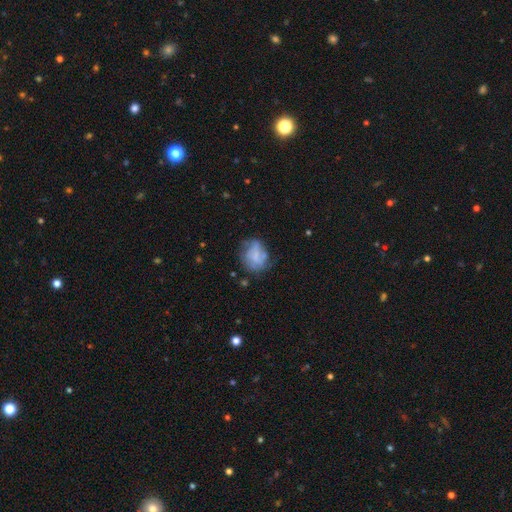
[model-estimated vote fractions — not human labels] featured or disk 48%, smooth 42%, star or artifact 10%. Down the decision tree: merging — none (49%).